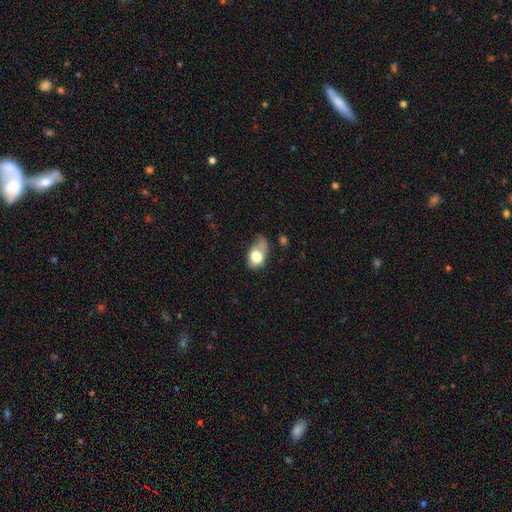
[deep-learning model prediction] Overall: smooth (73%). How rounded: in between (77%). Merging: minor disturbance (36%; major disturbance 31%).